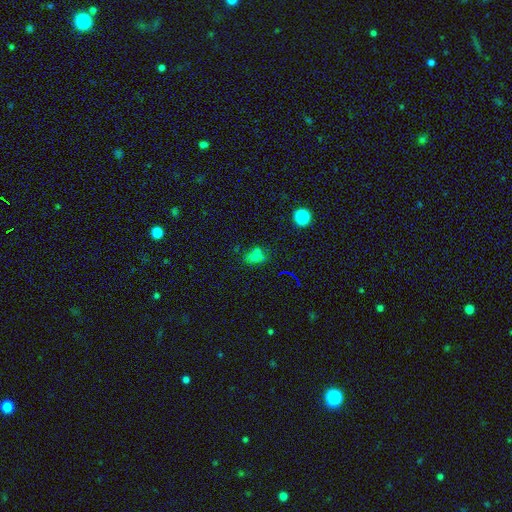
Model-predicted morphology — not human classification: Smooth or featured: smooth — 54% (star or artifact — 34%)
How rounded: in between — 62% (round — 34%)
Merging: none — 58% (minor disturbance — 18%)